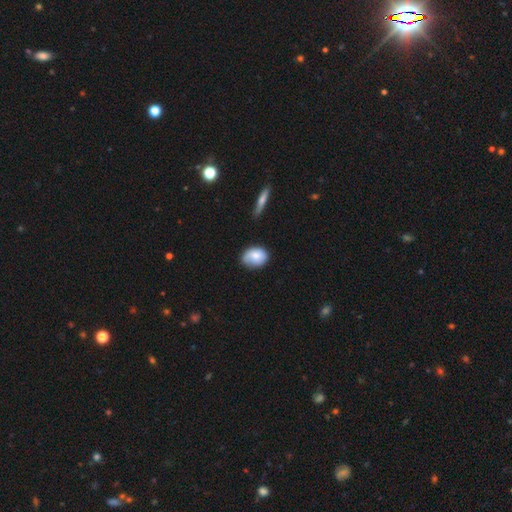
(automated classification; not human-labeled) Smooth or featured? Predicted: smooth (p=0.74). How rounded? Predicted: in between (p=0.63). Merging? Predicted: none (p=0.67).